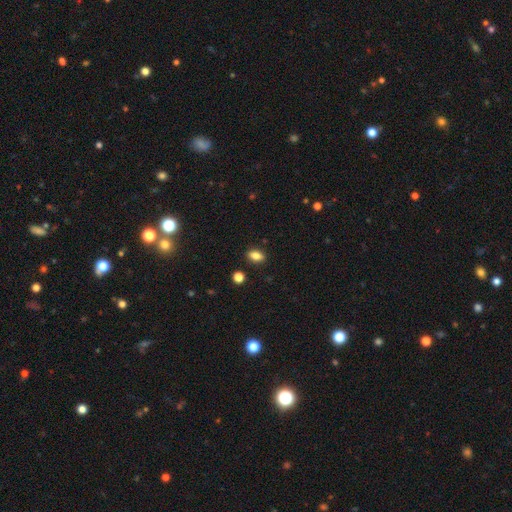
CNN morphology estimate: A smooth galaxy with no disk features (82%) that is in between round and cigar-shaped (83%). Merging: none (88%).